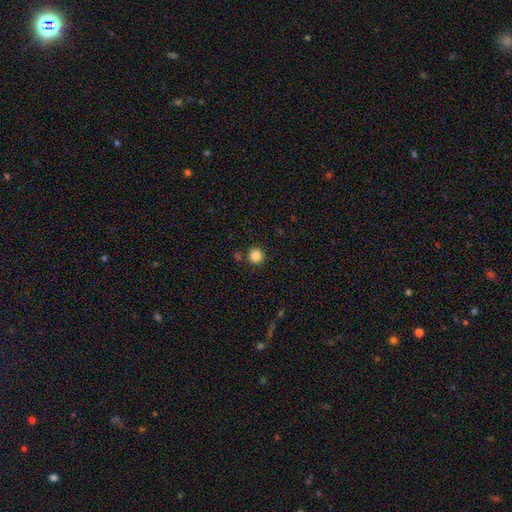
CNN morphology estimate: Smooth or featured?
  - smooth: 85% *
  - star or artifact: 11%
  - featured or disk: 4%
How rounded?
  - round: 95% *
  - in between: 4%
  - cigar-shaped: 1%
Merging?
  - none: 87% *
  - minor disturbance: 6%
  - merger: 5%
  - major disturbance: 2%